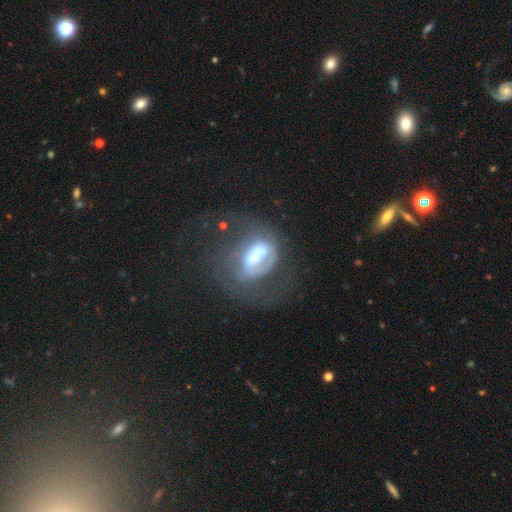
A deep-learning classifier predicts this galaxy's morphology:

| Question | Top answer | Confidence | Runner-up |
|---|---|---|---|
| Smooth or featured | featured or disk | 72% | smooth (17%) |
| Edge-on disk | no | 90% | yes (10%) |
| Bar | strong | 47% | weak (35%) |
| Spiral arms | yes | 70% | no (30%) |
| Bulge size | moderate | 49% | large (23%) |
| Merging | none | 52% | major disturbance (28%) |